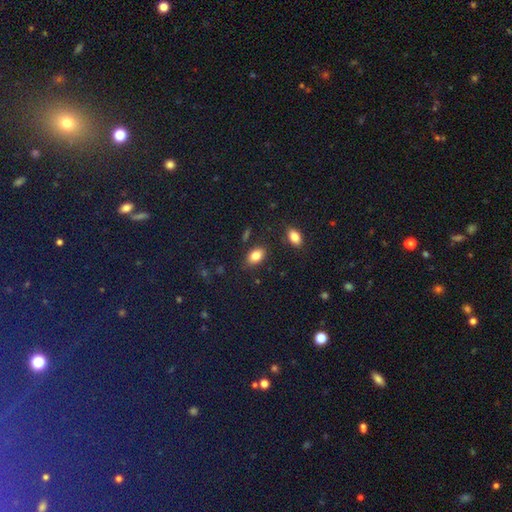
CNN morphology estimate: This appears to be a smooth galaxy with no disk features (83%) that is in between round and cigar-shaped (88%). Merging: none (83%).